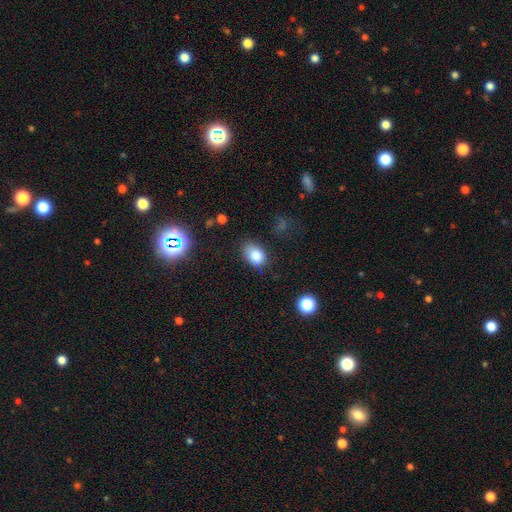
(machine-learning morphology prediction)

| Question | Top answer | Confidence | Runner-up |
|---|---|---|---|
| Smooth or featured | smooth | 82% | star or artifact (11%) |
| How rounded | in between | 75% | round (24%) |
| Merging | none | 64% | minor disturbance (26%) |